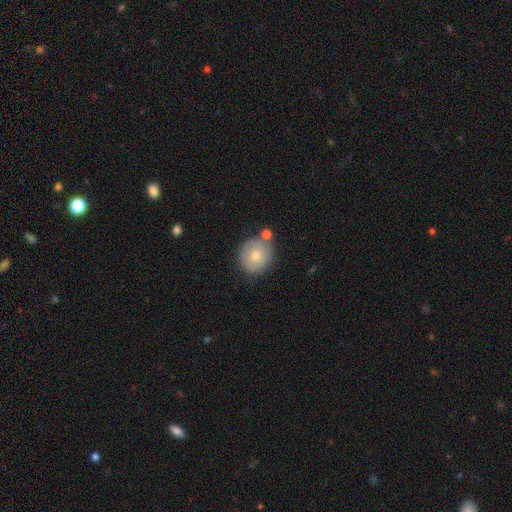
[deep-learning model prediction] smooth_or_featured: smooth (p=0.68) [alt: featured or disk p=0.25]
how_rounded: round (p=0.84) [alt: in between p=0.15]
merging: none (p=0.64) [alt: minor disturbance p=0.17]